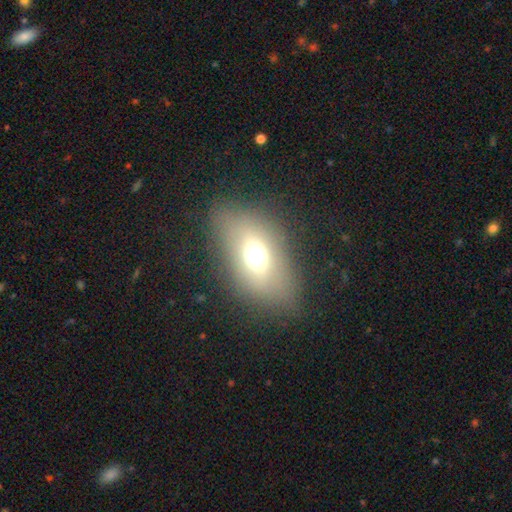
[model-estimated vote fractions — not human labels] Smooth or featured: smooth — 60% (featured or disk — 23%)
How rounded: in between — 76% (round — 20%)
Merging: none — 80% (minor disturbance — 11%)